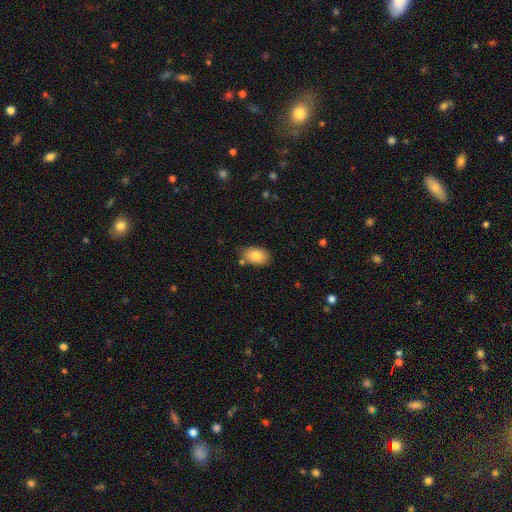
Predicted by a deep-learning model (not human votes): Morphology: type=smooth (82%); roundness=in between (89%); merging=none (76%).